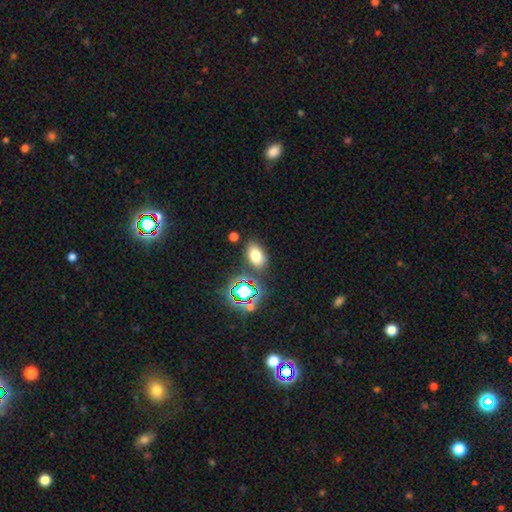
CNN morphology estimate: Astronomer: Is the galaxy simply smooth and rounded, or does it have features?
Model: smooth — 68%.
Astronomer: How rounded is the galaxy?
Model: in between — 85%.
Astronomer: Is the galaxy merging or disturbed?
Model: none — 79%.